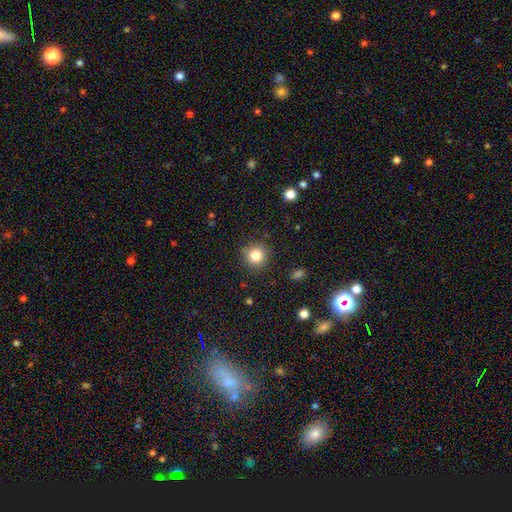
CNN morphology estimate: smooth 82%, star or artifact 12%, featured or disk 6%. Down the decision tree: how rounded — round (93%); merging — none (88%).